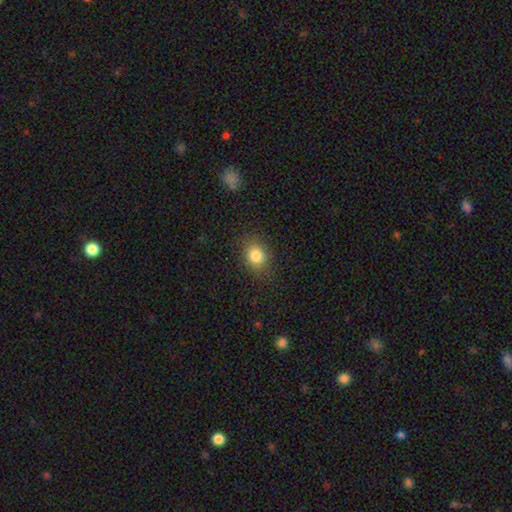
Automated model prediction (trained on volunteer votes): Smooth or featured? Predicted: smooth (p=0.82). How rounded? Predicted: round (p=0.56). Merging? Predicted: none (p=0.84).